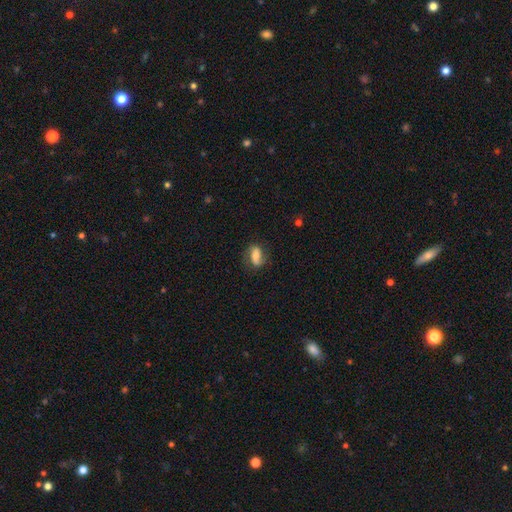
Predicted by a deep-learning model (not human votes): Overall: smooth (49%; featured or disk 43%). Merging: none (70%).